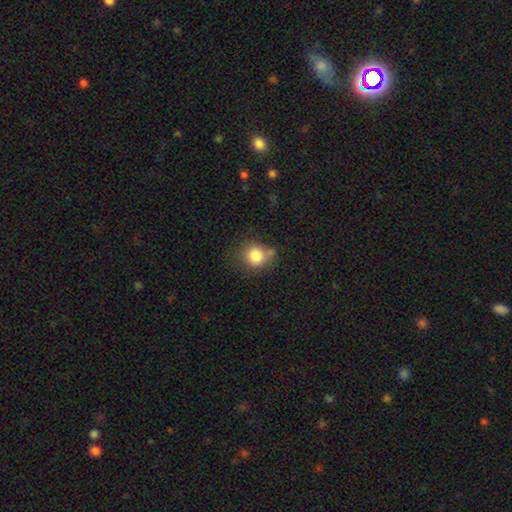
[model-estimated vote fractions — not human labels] smooth 82%, star or artifact 10%, featured or disk 7%. Down the decision tree: how rounded — round (81%); merging — none (60%).